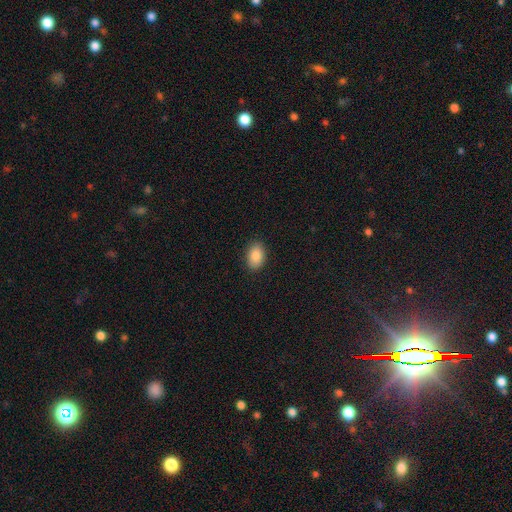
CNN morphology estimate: smooth_or_featured: smooth (p=0.87) [alt: star or artifact p=0.08]
how_rounded: in between (p=0.86) [alt: round p=0.13]
merging: none (p=0.89) [alt: minor disturbance p=0.08]